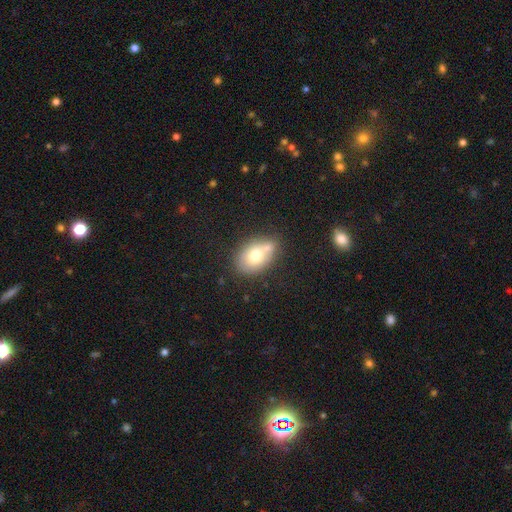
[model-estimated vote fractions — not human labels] Smooth or featured? Predicted: smooth (p=0.68). How rounded? Predicted: in between (p=0.78). Merging? Predicted: none (p=0.50).